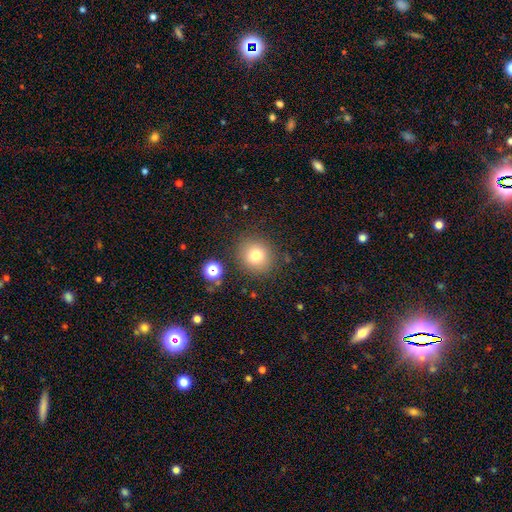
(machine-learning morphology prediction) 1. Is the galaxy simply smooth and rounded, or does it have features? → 77% smooth, 13% star or artifact, 10% featured or disk.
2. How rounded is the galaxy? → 88% round, 11% in between, 1% cigar-shaped.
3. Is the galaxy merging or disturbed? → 84% none, 9% minor disturbance, 3% major disturbance, 3% merger.